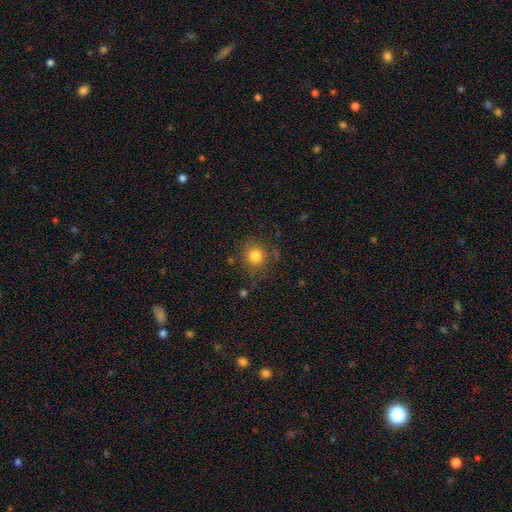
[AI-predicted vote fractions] Overall: smooth (81%). How rounded: round (88%). Merging: none (76%).